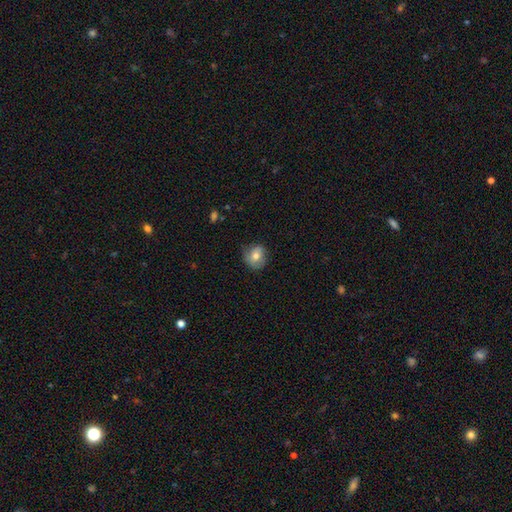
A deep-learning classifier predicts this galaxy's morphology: Overall: smooth (71%). How rounded: round (76%). Merging: none (71%).